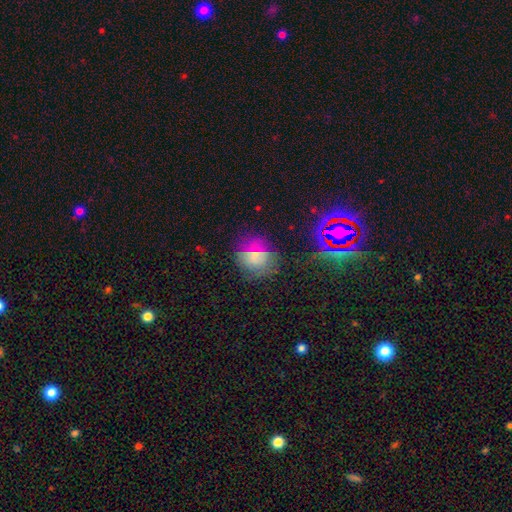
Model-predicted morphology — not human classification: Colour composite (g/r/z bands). It shows a smooth galaxy with no disk features (54%) that is round (73%). Merging: none (72%).